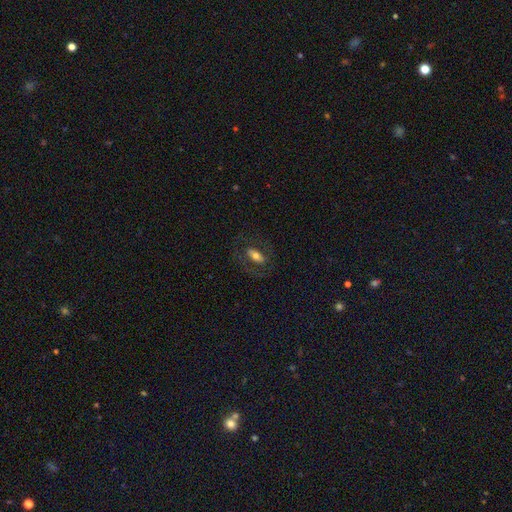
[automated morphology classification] This is possibly a smooth galaxy (53%). How rounded: clearly in between (83%). Merging: likely none (71%).